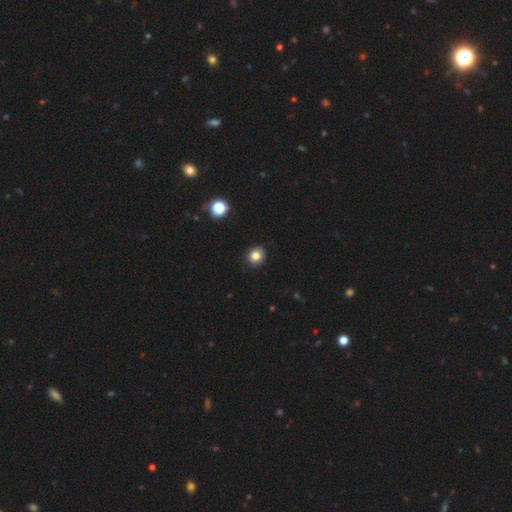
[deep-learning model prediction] This is clearly a smooth galaxy (81%). How rounded: clearly round (83%). Merging: clearly none (89%).